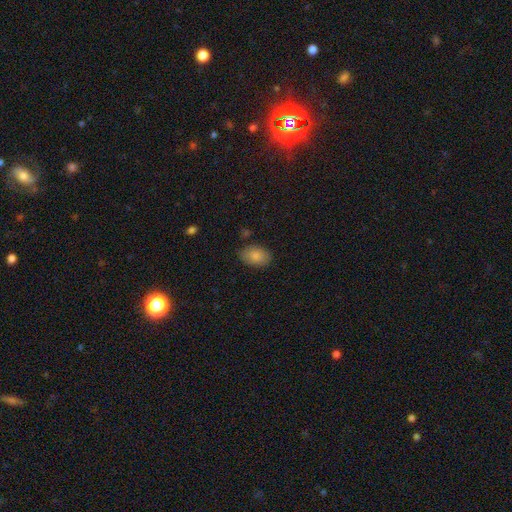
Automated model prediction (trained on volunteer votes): smooth 85%, star or artifact 7%, featured or disk 7%. Down the decision tree: how rounded — in between (87%); merging — none (81%).